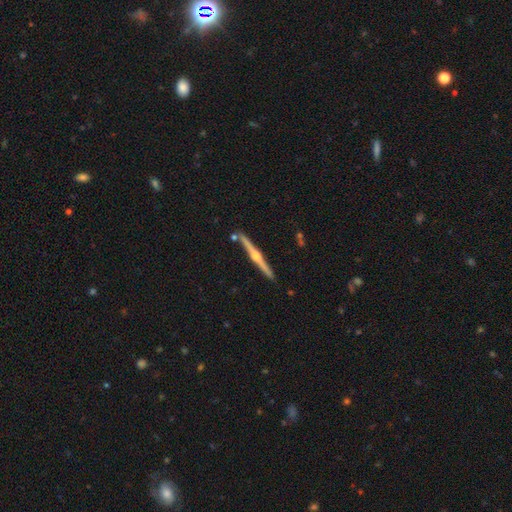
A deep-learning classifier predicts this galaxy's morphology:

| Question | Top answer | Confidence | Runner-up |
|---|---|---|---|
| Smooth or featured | featured or disk | 83% | smooth (12%) |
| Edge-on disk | yes | 99% | no (1%) |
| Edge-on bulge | rounded | 95% | none (3%) |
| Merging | none | 88% | minor disturbance (7%) |